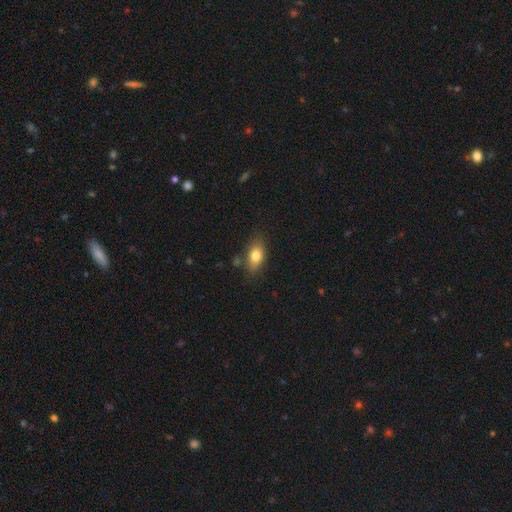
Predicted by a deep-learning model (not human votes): smooth_or_featured: smooth (p=0.79) [alt: featured or disk p=0.13]
how_rounded: in between (p=0.84) [alt: round p=0.10]
merging: none (p=0.77) [alt: minor disturbance p=0.15]